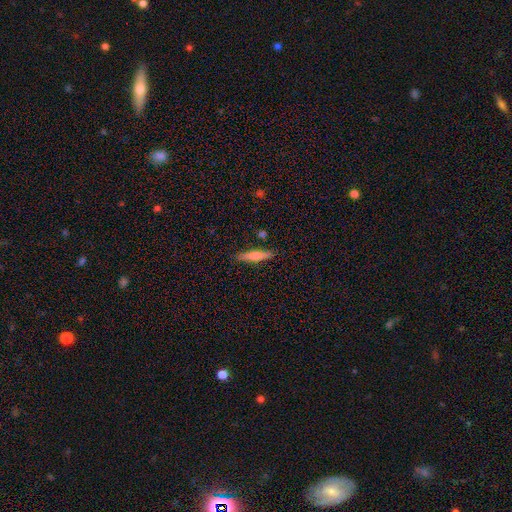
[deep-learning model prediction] Smooth or featured?
  - smooth: 67% *
  - featured or disk: 27%
  - star or artifact: 6%
How rounded?
  - cigar-shaped: 87% *
  - in between: 12%
  - round: 2%
Merging?
  - none: 86% *
  - minor disturbance: 9%
  - merger: 2%
  - major disturbance: 2%